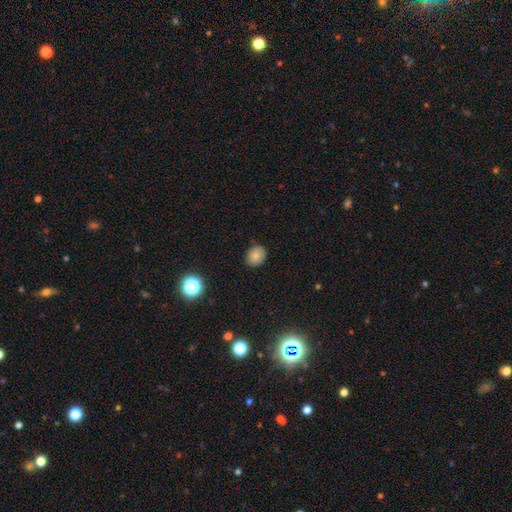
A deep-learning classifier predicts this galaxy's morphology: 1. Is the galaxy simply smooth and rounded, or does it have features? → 81% smooth, 11% star or artifact, 7% featured or disk.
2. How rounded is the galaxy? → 50% round, 49% in between, 1% cigar-shaped.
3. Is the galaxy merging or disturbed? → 87% none, 10% minor disturbance, 2% major disturbance, 1% merger.